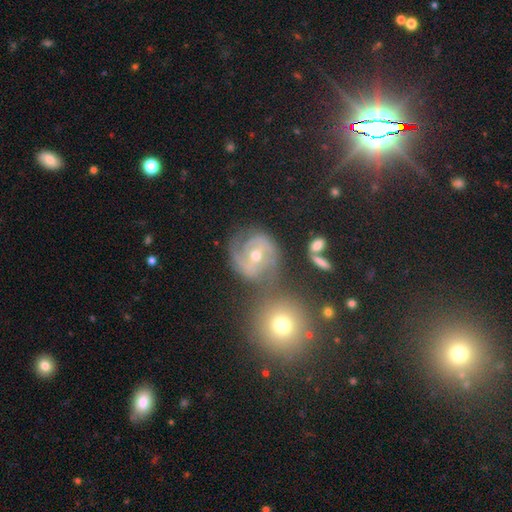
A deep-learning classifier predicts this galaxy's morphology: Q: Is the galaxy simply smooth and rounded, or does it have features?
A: featured or disk — 82%.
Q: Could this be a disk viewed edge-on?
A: no — 97%.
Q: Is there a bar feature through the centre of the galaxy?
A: weak — 46%.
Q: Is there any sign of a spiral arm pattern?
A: yes — 96%.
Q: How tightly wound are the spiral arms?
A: tight — 45%, tied with medium.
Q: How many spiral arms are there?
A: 2 — 63%.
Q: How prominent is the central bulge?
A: moderate — 60%.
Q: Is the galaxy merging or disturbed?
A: none — 61%.